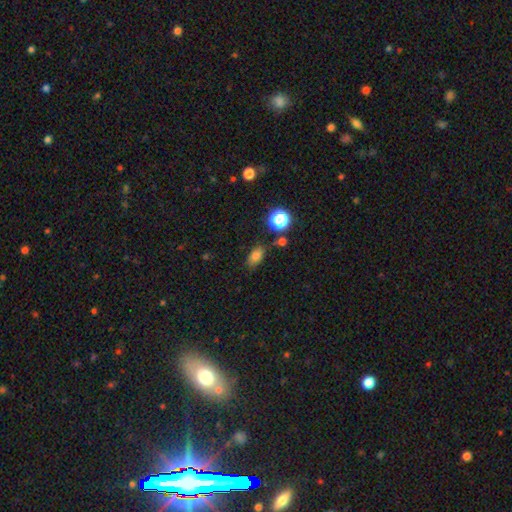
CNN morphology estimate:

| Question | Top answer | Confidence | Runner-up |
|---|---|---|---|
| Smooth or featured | smooth | 78% | star or artifact (16%) |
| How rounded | in between | 82% | round (15%) |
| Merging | none | 73% | minor disturbance (17%) |